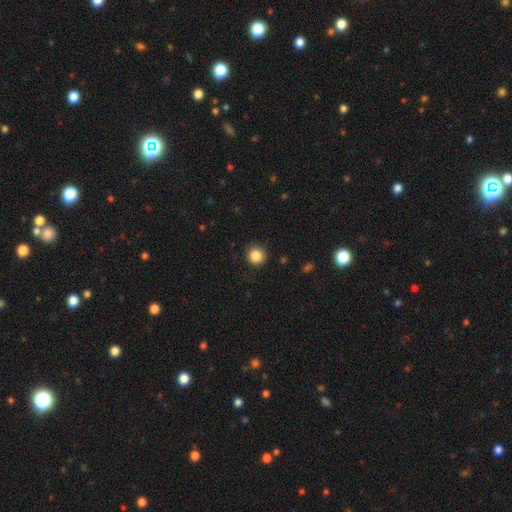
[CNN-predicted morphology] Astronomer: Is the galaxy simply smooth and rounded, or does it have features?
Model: smooth — 86%.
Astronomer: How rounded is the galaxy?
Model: round — 94%.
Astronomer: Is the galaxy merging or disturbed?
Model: none — 90%.